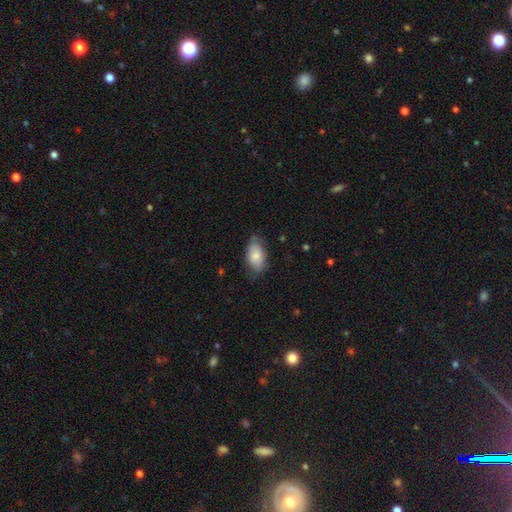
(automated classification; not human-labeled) Smooth or featured? Predicted: smooth (p=0.78). How rounded? Predicted: in between (p=0.93). Merging? Predicted: none (p=0.68).